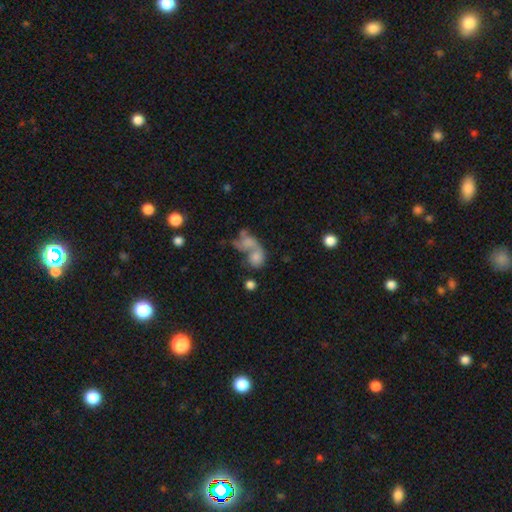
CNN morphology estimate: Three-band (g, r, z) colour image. It shows a smooth galaxy with no disk features (62%) that is in between round and cigar-shaped (58%). Merging: merger (64%).